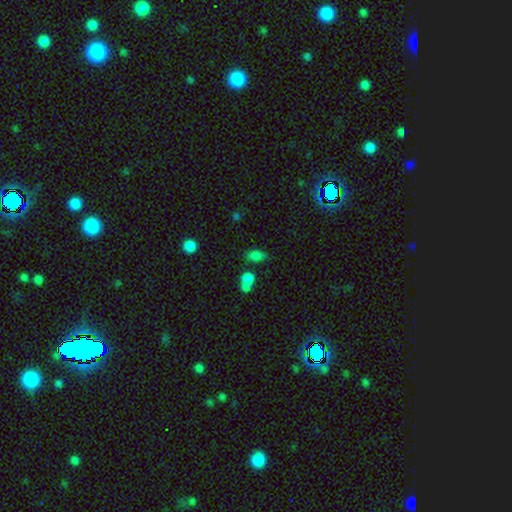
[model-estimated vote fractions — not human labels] This is likely a smooth galaxy (79%). How rounded: clearly in between (84%). Merging: possibly none (53%).